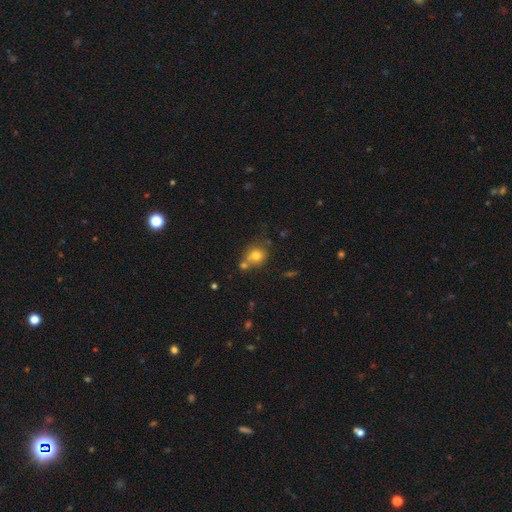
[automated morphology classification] A smooth galaxy with no disk features (76%) that is round (78%). Merging: none (54%).